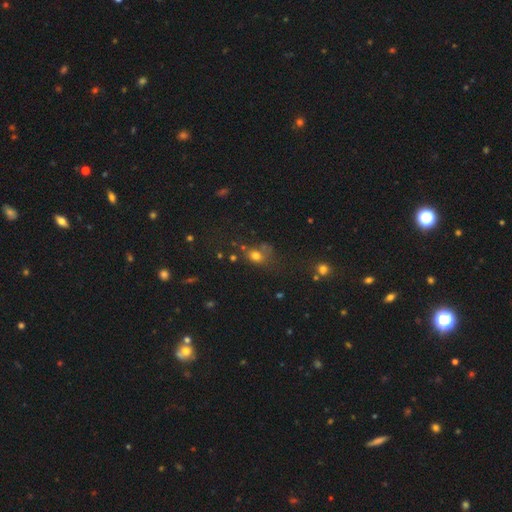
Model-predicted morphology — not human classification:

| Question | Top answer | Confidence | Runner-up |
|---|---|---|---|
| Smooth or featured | smooth | 69% | star or artifact (20%) |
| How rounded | round | 51% | in between (47%) |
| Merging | none | 51% | minor disturbance (21%) |